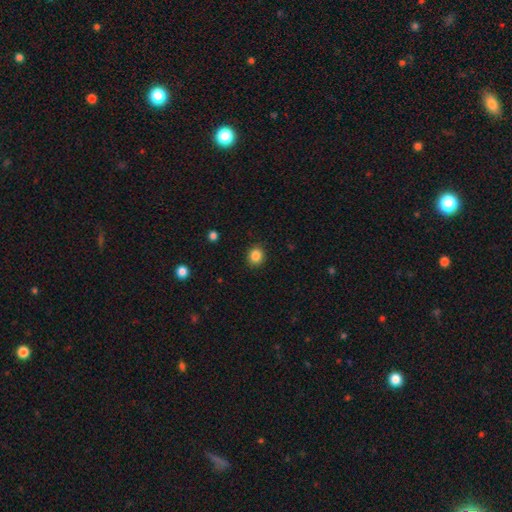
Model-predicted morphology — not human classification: The model was most divided on "how rounded": round: 77%, in between: 23%, cigar-shaped: 1%. More confident: merging — none (89%); smooth or featured — smooth (86%).